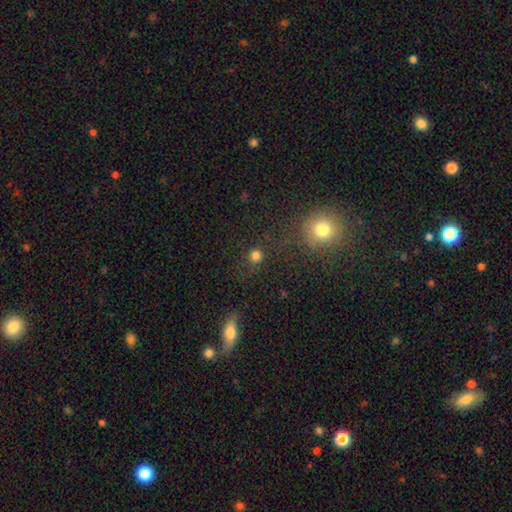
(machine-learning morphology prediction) Smooth or featured?
  - smooth: 78% *
  - star or artifact: 17%
  - featured or disk: 5%
How rounded?
  - round: 91% *
  - in between: 7%
  - cigar-shaped: 1%
Merging?
  - none: 81% *
  - minor disturbance: 9%
  - major disturbance: 6%
  - merger: 4%